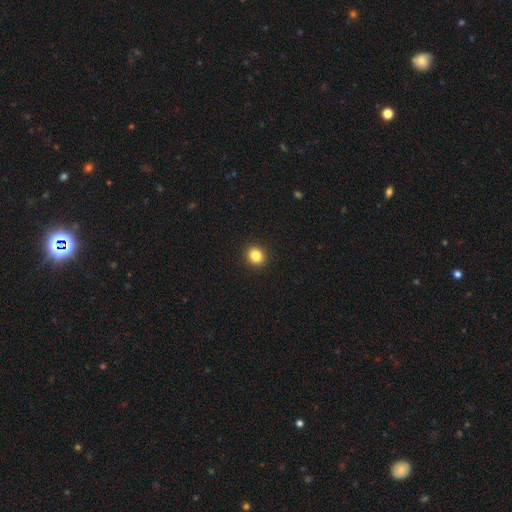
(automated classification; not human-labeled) Smooth or featured? smooth (85%)
How rounded? round (82%)
Merging? none (93%)